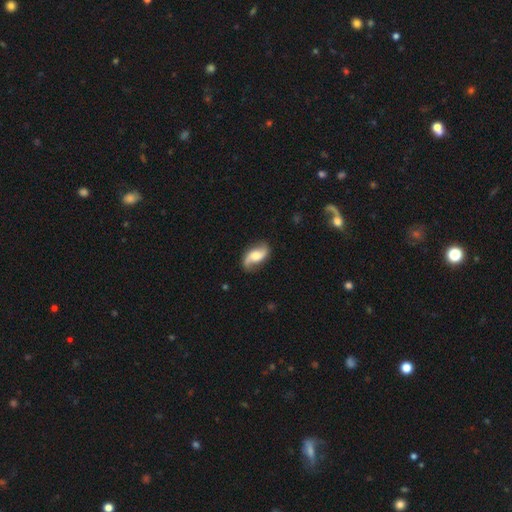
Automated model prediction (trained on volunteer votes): Morphology: type=featured or disk (76%); edge-on=no (96%); bar=no (51%); spiral arms=yes (95%); winding=loose (72%); arm count=2 (92%); bulge=moderate (51%); merging=none (80%).